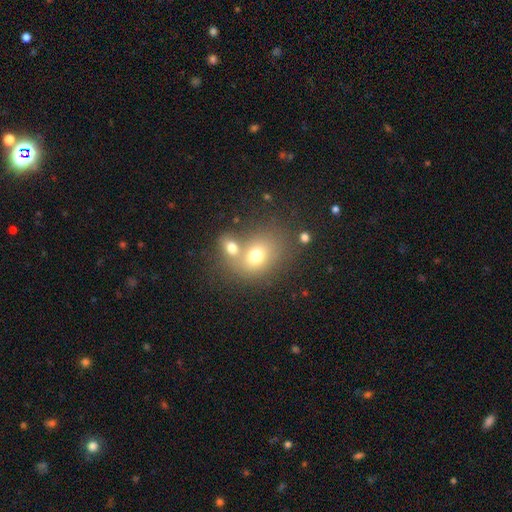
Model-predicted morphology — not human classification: A smooth galaxy with no disk features (70%) that is in between round and cigar-shaped (50%).

Vote fractions:
- Smooth or featured? smooth: 70% / featured or disk: 16% / star or artifact: 14%
- How rounded? in between: 50% / round: 49% / cigar-shaped: 1%
- Merging? merger: 46% / none: 40% / minor disturbance: 10% / major disturbance: 5%